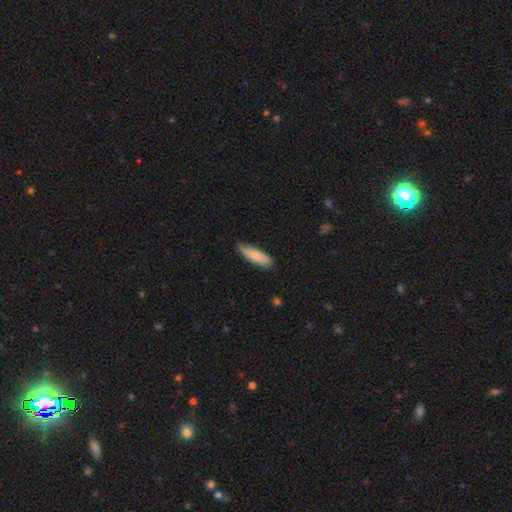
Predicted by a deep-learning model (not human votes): This is clearly a smooth galaxy (80%). How rounded: possibly cigar-shaped (54%). Merging: likely none (71%).